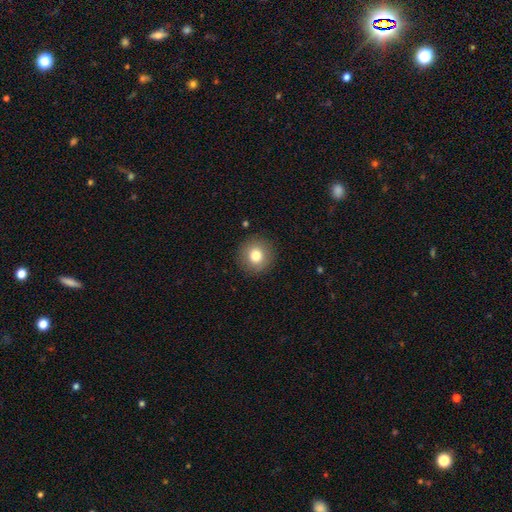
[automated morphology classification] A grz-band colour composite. It shows a smooth galaxy with no disk features (79%) that is round (93%). Merging: none (90%).